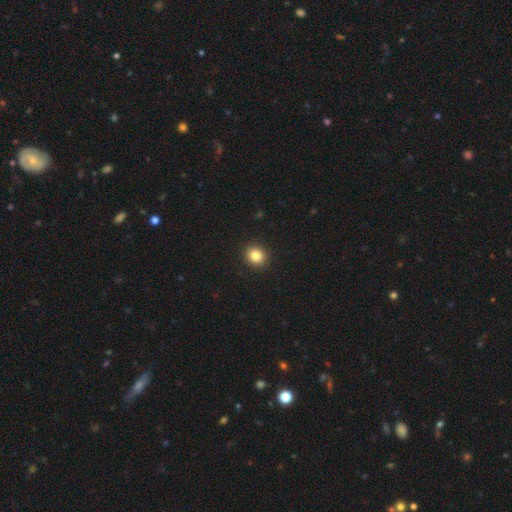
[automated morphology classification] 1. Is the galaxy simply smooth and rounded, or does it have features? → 84% smooth, 11% star or artifact, 5% featured or disk.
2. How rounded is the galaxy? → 81% round, 18% in between, 1% cigar-shaped.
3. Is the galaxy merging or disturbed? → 93% none, 5% minor disturbance, 2% major disturbance, 1% merger.